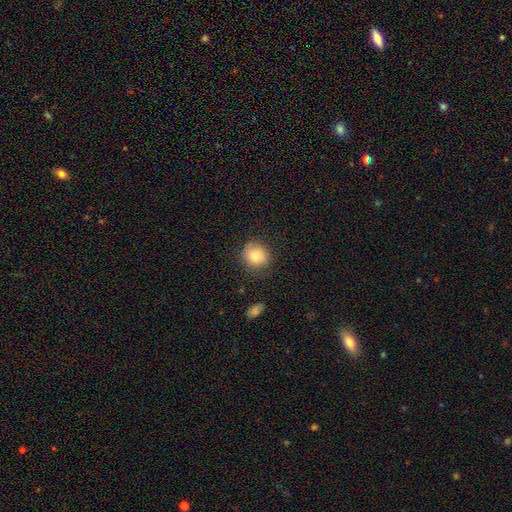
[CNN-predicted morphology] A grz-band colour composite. It shows a smooth galaxy with no disk features (81%) that is round (81%). Merging: none (75%).